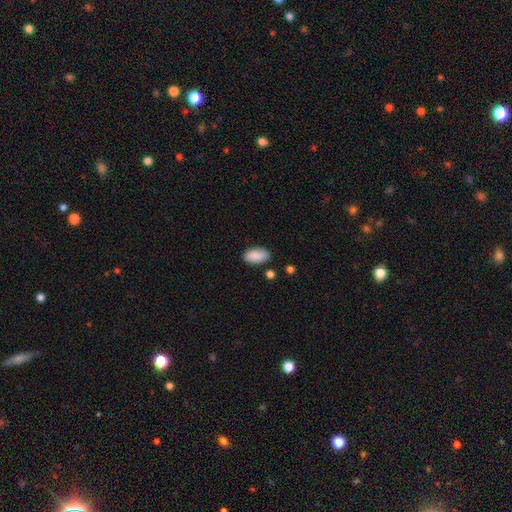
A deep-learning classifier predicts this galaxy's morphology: Overall: smooth (88%). How rounded: in between (94%). Merging: none (79%).